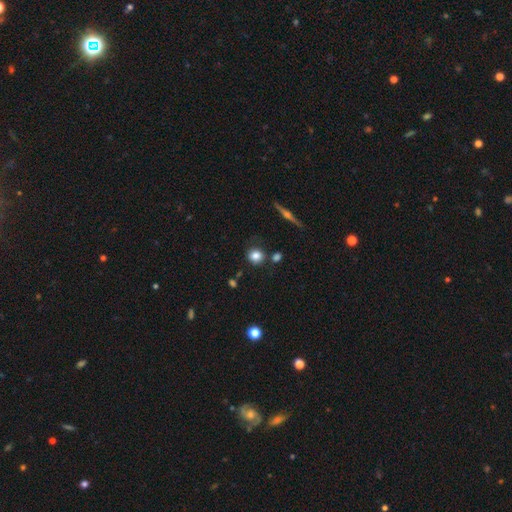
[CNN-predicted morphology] Smooth or featured? smooth (81%)
How rounded? round (81%)
Merging? none (79%)